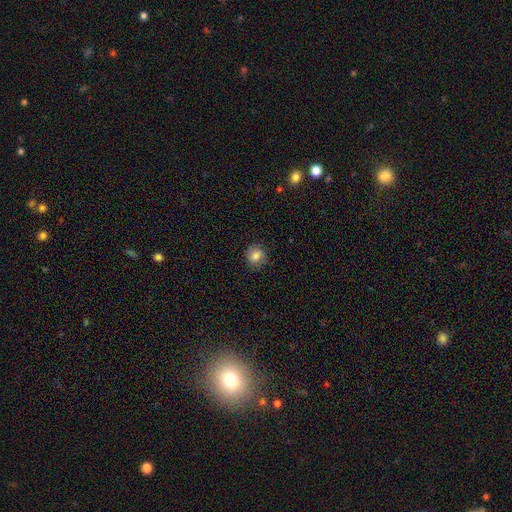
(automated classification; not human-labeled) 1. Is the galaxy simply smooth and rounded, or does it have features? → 81% smooth, 10% star or artifact, 9% featured or disk.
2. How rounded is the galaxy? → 82% round, 17% in between, 1% cigar-shaped.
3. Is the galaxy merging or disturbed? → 81% none, 14% minor disturbance, 3% major disturbance, 1% merger.